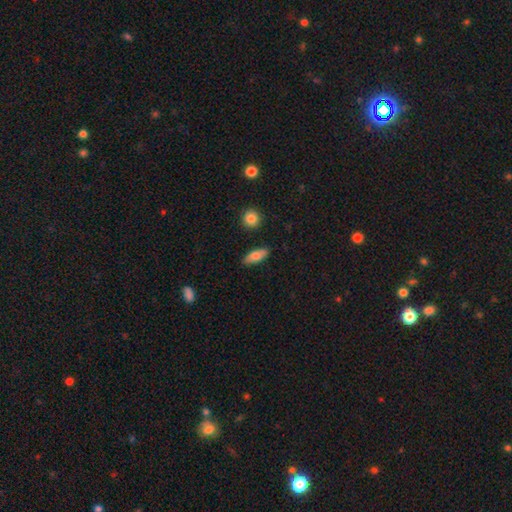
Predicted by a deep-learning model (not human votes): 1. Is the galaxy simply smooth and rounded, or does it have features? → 76% smooth, 17% featured or disk, 7% star or artifact.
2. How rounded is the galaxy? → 74% in between, 22% cigar-shaped, 3% round.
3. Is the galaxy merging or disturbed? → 85% none, 11% minor disturbance, 2% merger, 2% major disturbance.